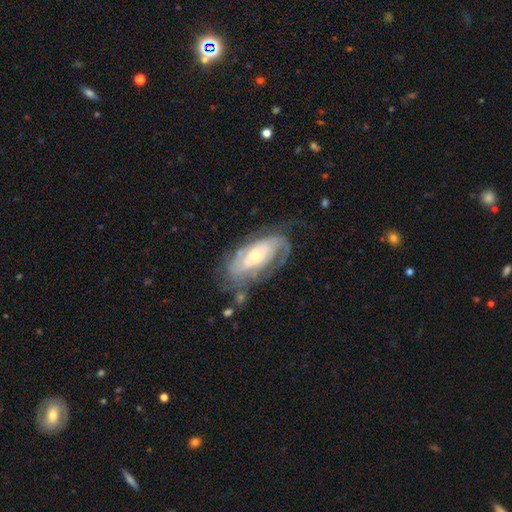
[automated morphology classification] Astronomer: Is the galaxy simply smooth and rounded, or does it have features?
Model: featured or disk — 82%.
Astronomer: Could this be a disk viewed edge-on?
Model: no — 93%.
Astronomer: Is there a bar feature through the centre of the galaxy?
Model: no — 68%.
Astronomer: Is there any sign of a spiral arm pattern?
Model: yes — 91%.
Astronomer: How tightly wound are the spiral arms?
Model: tight — 61%.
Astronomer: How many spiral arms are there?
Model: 2 — 39% (runner-up: can't tell, 36%).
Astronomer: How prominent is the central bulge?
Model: small — 50% (runner-up: moderate, 42%).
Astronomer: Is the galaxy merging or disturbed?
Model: none — 61%.